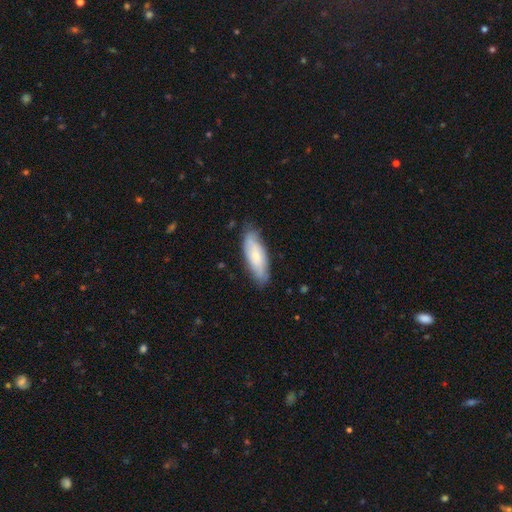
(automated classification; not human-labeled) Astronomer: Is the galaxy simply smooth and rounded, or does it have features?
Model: smooth — 57% (runner-up: featured or disk, 37%).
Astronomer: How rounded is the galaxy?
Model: in between — 62%.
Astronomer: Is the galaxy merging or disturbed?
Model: none — 74%.